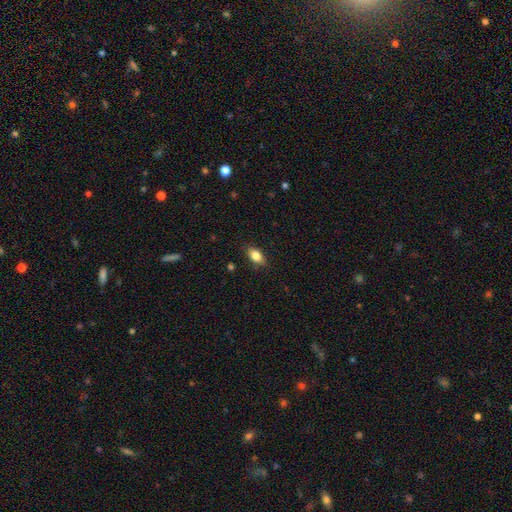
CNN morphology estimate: Smooth or featured? Predicted: smooth (p=0.80). How rounded? Predicted: in between (p=0.85). Merging? Predicted: none (p=0.83).